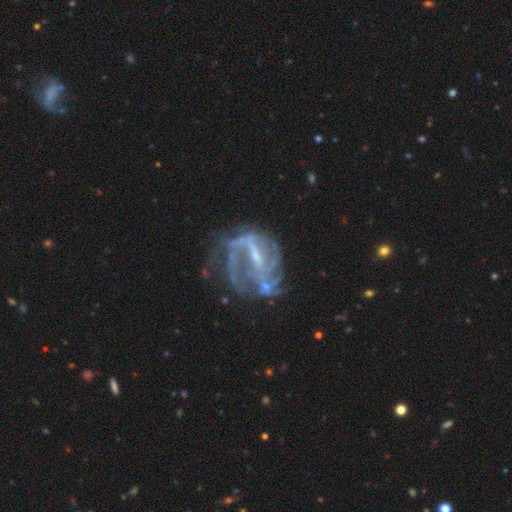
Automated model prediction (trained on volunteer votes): Smooth or featured? featured or disk (82%)
Edge-on disk? no (97%)
Bar? weak (44%)
Spiral arms? yes (80%)
Spiral winding? medium (42%)
Spiral arm count? can't tell (38%)
Bulge size? small (43%)
Merging? none (40%)